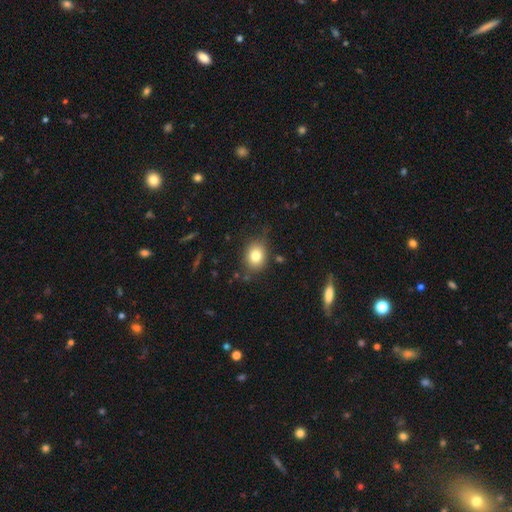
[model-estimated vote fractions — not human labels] Overall: smooth (80%). How rounded: in between (50%; round 49%). Merging: none (77%).